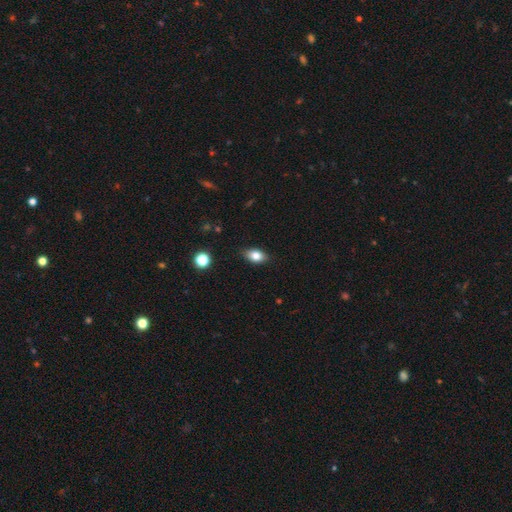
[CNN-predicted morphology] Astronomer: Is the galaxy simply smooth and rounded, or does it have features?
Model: smooth — 80%.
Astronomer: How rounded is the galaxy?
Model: in between — 85%.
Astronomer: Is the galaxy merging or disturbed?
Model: none — 86%.